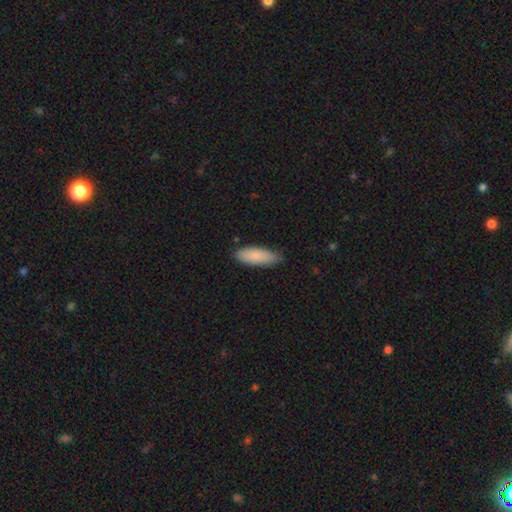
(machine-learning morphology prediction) smooth-or-featured: smooth: 87% | featured or disk: 8% | star or artifact: 6%
  how-rounded: in between: 65% | cigar-shaped: 34% | round: 2%
  merging: none: 82% | minor disturbance: 15% | major disturbance: 2% | merger: 1%